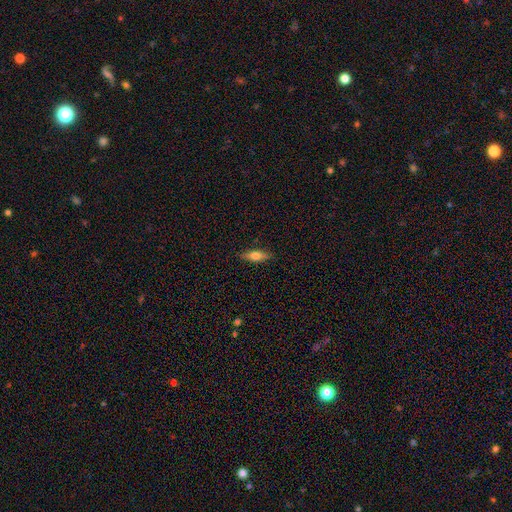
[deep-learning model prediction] Smooth or featured: smooth — 64% (featured or disk — 29%)
How rounded: in between — 53% (cigar-shaped — 45%)
Merging: none — 87% (minor disturbance — 10%)